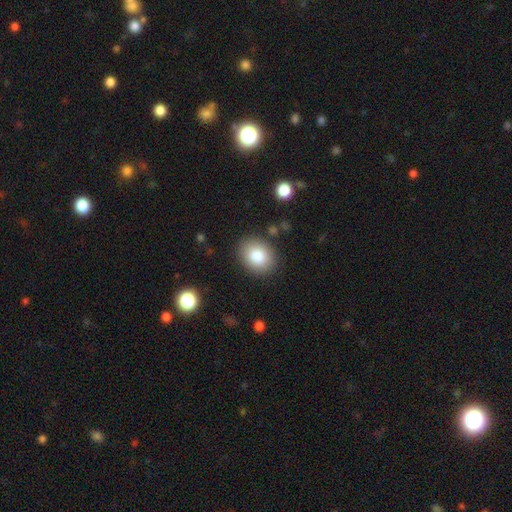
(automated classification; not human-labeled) Morphology: type=smooth (84%); roundness=in between (51%); merging=none (86%).